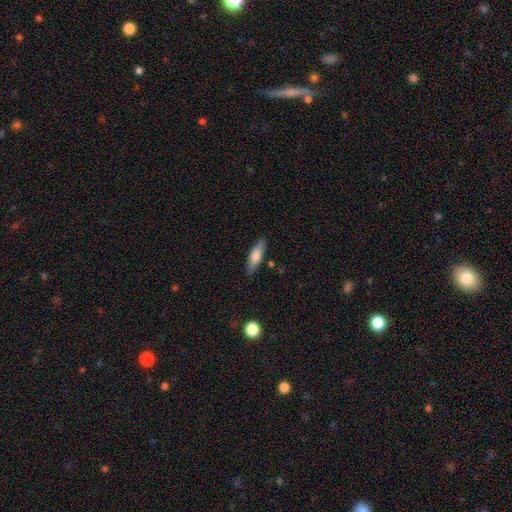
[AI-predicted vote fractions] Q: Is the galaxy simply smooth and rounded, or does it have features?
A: smooth — 70%.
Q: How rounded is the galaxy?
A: cigar-shaped — 52%.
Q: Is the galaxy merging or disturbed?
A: none — 84%.